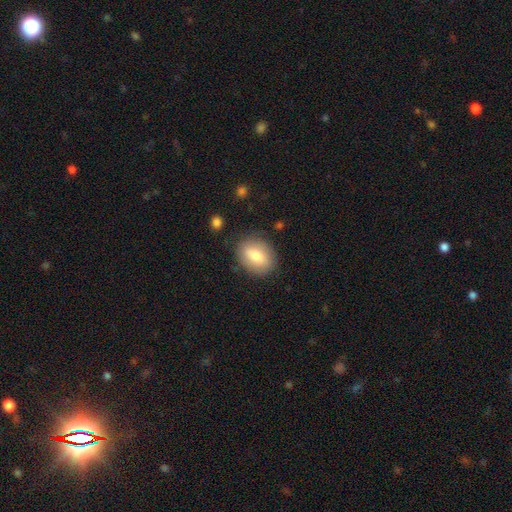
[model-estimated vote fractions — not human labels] smooth_or_featured: smooth (p=0.74) [alt: featured or disk p=0.18]
how_rounded: in between (p=0.75) [alt: round p=0.23]
merging: none (p=0.84) [alt: minor disturbance p=0.11]